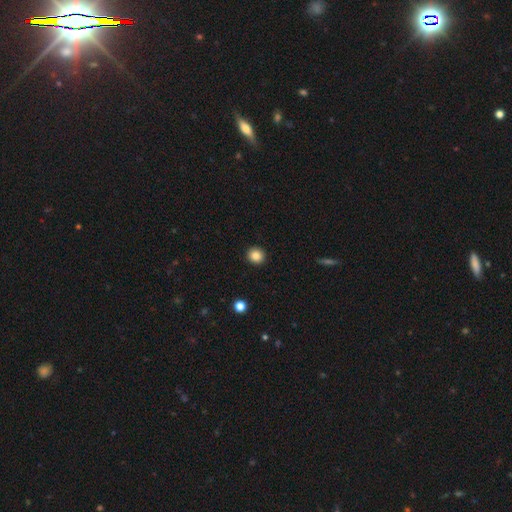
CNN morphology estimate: Overall: smooth (85%). How rounded: round (89%). Merging: none (93%).